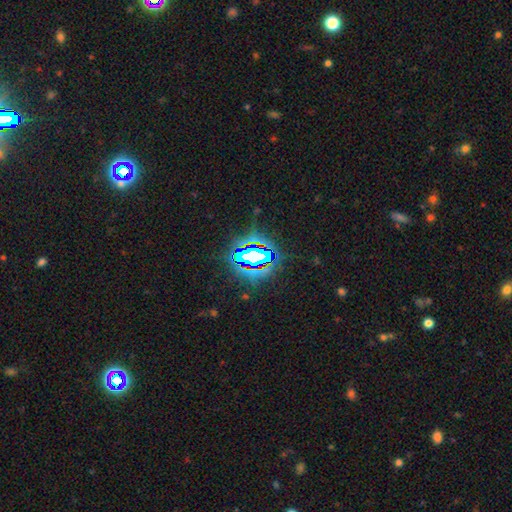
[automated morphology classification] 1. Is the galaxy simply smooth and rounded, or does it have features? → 77% star or artifact, 12% smooth, 11% featured or disk.